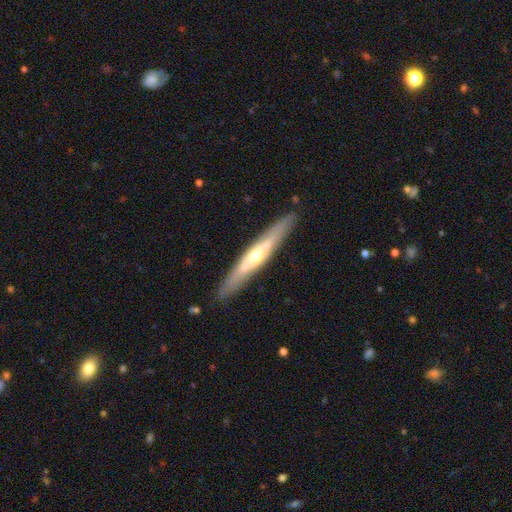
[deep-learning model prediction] The model was most divided on "smooth or featured": featured or disk: 66%, smooth: 29%, star or artifact: 5%. More confident: edge-on disk — yes (89%); merging — none (89%); edge-on bulge — rounded (83%).